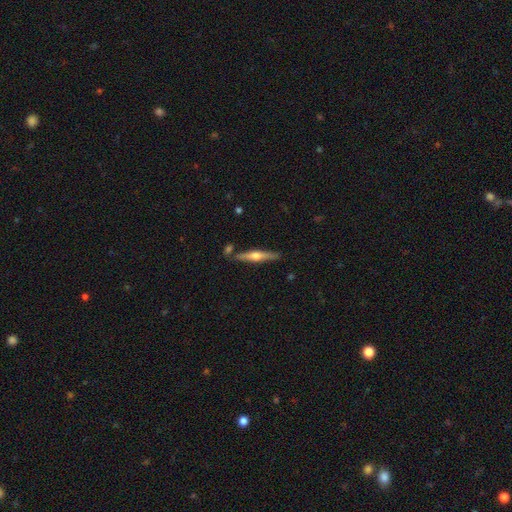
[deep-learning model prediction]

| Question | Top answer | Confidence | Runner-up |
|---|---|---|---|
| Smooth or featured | featured or disk | 65% | smooth (30%) |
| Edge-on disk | yes | 97% | no (3%) |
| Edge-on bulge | rounded | 92% | none (4%) |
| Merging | none | 85% | minor disturbance (9%) |